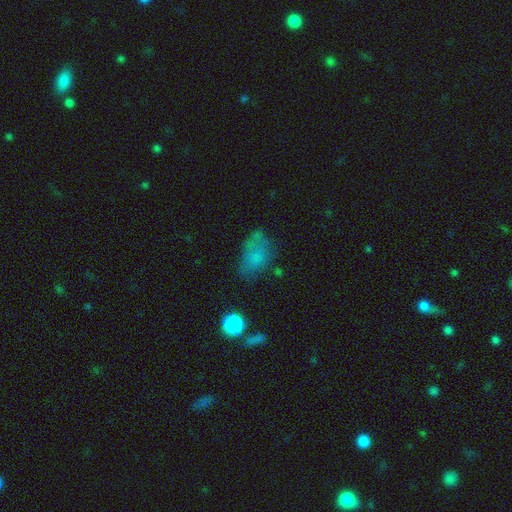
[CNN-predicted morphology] The model was most divided on "merging": none: 50%, minor disturbance: 27%, major disturbance: 19%, merger: 5%. More confident: how rounded — in between (85%); smooth or featured — smooth (65%).